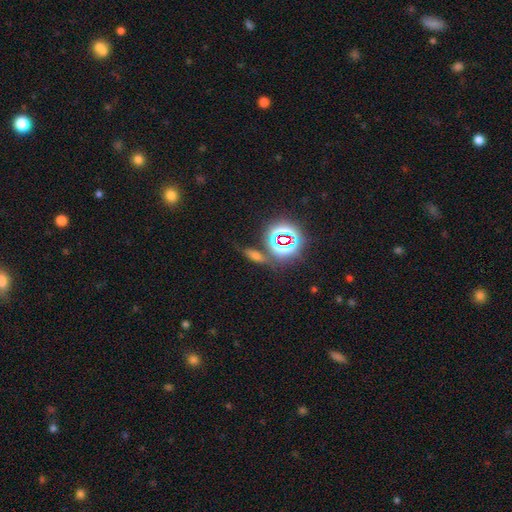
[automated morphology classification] A smooth galaxy with no disk features (47%).

Vote fractions:
- Smooth or featured? smooth: 47% / star or artifact: 38% / featured or disk: 15%
- Merging? none: 70% / minor disturbance: 14% / merger: 10% / major disturbance: 6%